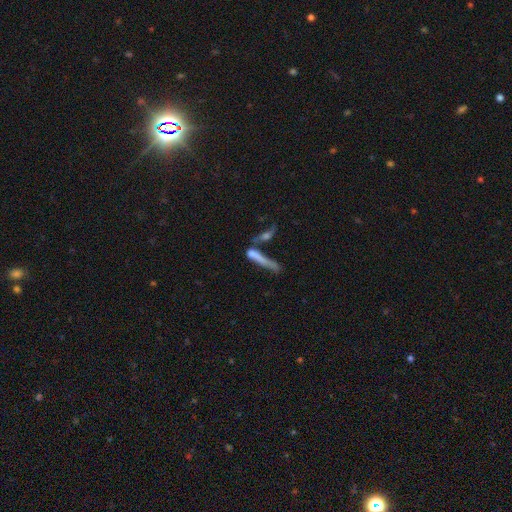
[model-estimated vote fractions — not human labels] smooth_or_featured: smooth (p=0.56) [alt: featured or disk p=0.33]
how_rounded: cigar-shaped (p=0.82) [alt: in between p=0.14]
merging: merger (p=0.39) [alt: none p=0.31]